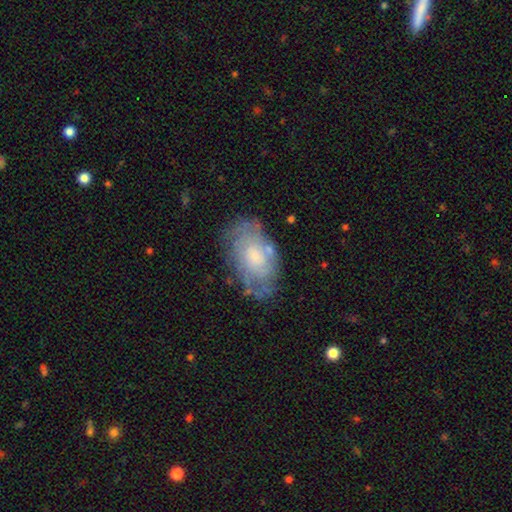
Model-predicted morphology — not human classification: A featured or disk galaxy (60%) with no bar (75%), spiral arms (70%) and a small central bulge (53%).

Vote fractions:
- Smooth or featured? featured or disk: 60% / smooth: 33% / star or artifact: 7%
- Edge-on disk? no: 95% / yes: 5%
- Bar? no: 75% / weak: 22% / strong: 3%
- Spiral arms? yes: 70% / no: 30%
- Bulge size? small: 53% / moderate: 32% / none: 8% / large: 5% / dominant: 1%
- Merging? none: 66% / minor disturbance: 22% / major disturbance: 9% / merger: 3%